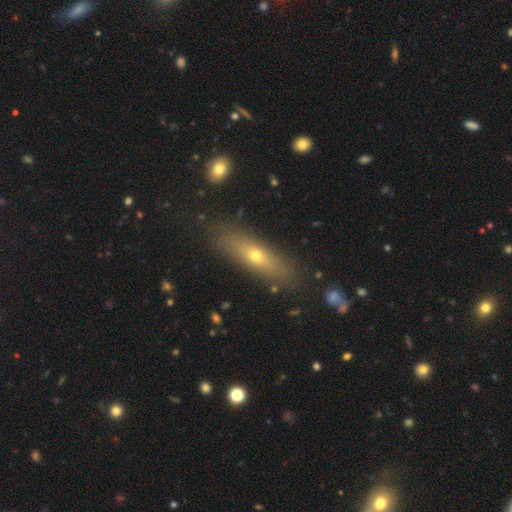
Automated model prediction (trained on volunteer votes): This is possibly a smooth galaxy (52%). How rounded: likely cigar-shaped (66%). Merging: clearly none (84%).